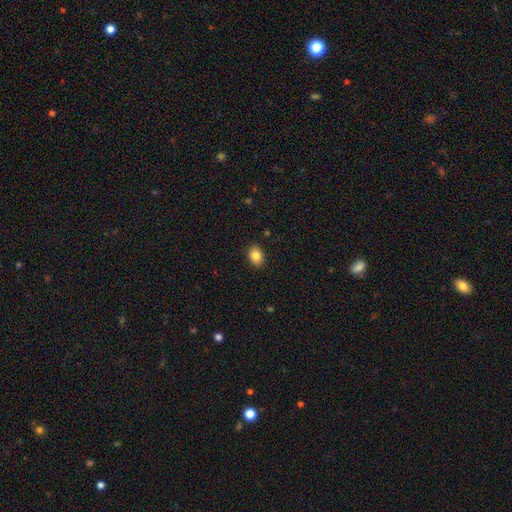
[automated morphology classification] The model was most divided on "how rounded": in between: 74%, round: 25%, cigar-shaped: 1%. More confident: merging — none (89%); smooth or featured — smooth (84%).